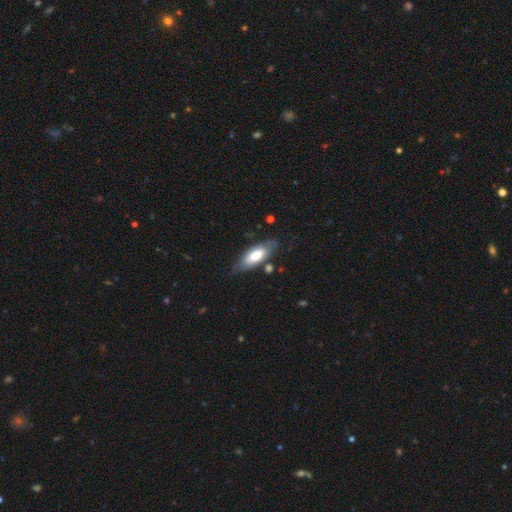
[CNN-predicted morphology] smooth-or-featured: smooth: 65% | featured or disk: 30% | star or artifact: 6%
  how-rounded: in between: 78% | cigar-shaped: 20% | round: 2%
  merging: none: 73% | minor disturbance: 18% | major disturbance: 5% | merger: 4%